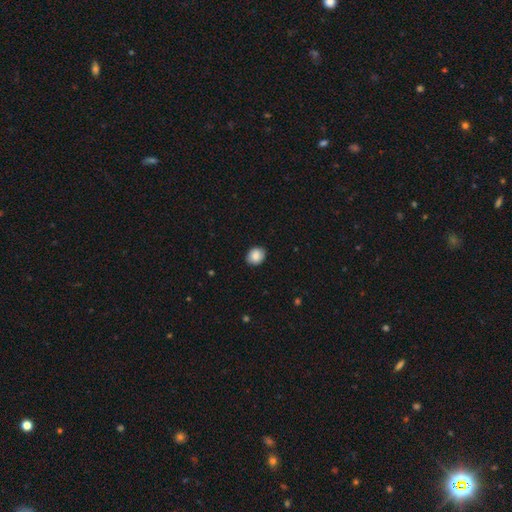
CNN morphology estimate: Smooth or featured? Predicted: smooth (p=0.87). How rounded? Predicted: round (p=0.59). Merging? Predicted: none (p=0.87).